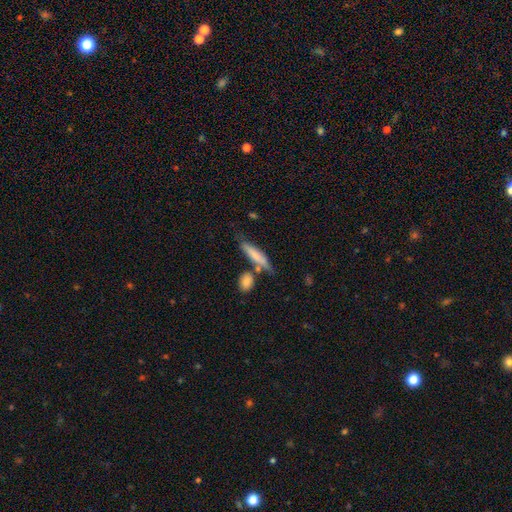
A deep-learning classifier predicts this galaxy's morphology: smooth_or_featured: smooth (p=0.69) [alt: featured or disk p=0.25]
how_rounded: cigar-shaped (p=0.75) [alt: in between p=0.22]
merging: none (p=0.55) [alt: merger p=0.21]